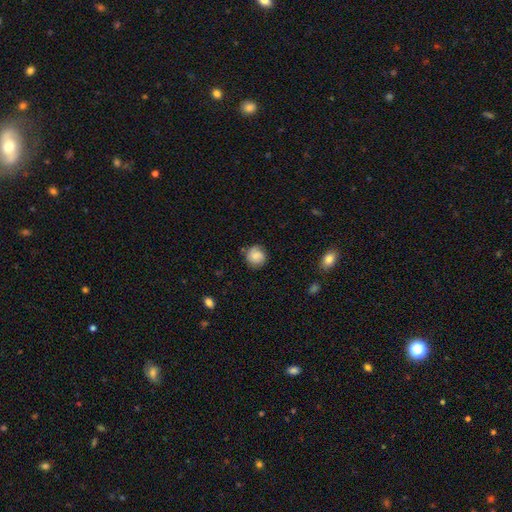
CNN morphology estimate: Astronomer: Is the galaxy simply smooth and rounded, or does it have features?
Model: smooth — 79%.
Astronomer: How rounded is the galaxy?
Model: round — 87%.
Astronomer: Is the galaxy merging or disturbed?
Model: none — 78%.